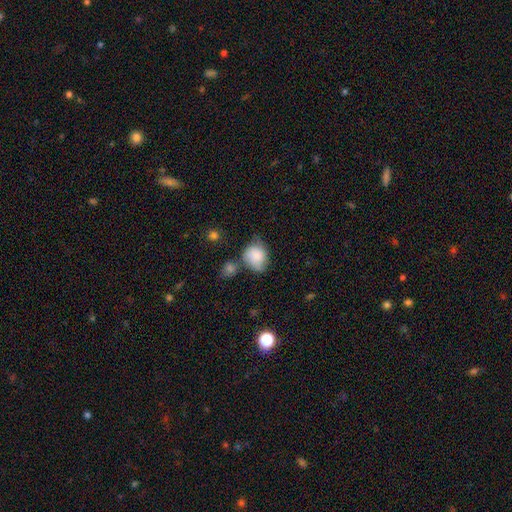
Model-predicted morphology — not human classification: Smooth or featured: smooth — 78% (featured or disk — 14%)
How rounded: round — 52% (in between — 47%)
Merging: none — 40% (minor disturbance — 33%)